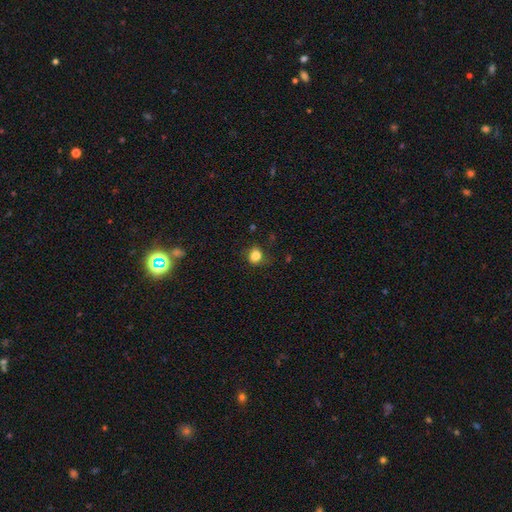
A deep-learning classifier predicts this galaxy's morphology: Smooth or featured: smooth — 83% (star or artifact — 11%)
How rounded: round — 55% (in between — 44%)
Merging: none — 71% (minor disturbance — 20%)